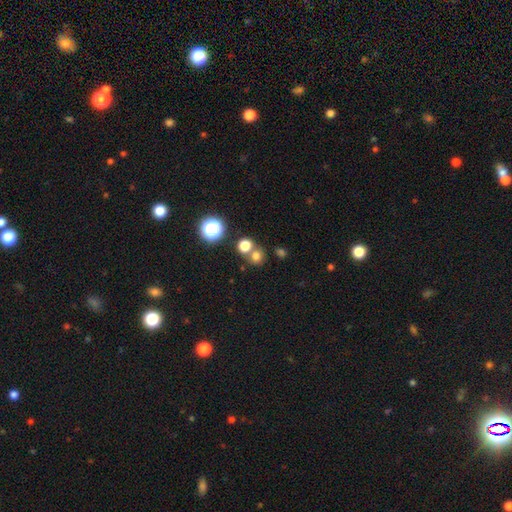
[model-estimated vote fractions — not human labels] smooth_or_featured: smooth (p=0.72) [alt: star or artifact p=0.20]
how_rounded: round (p=0.84) [alt: in between p=0.15]
merging: none (p=0.62) [alt: merger p=0.28]